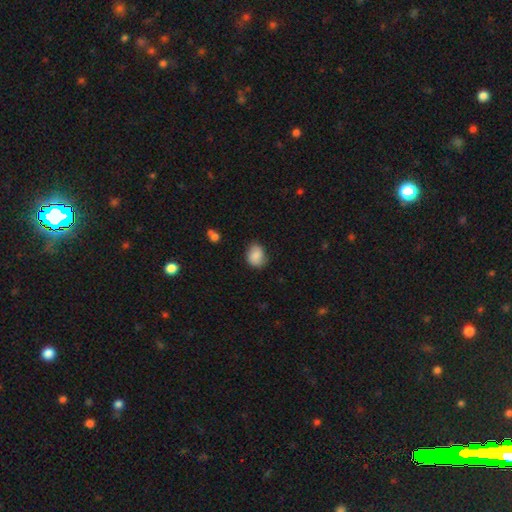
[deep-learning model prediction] Q: Smooth or featured?
A: smooth (82%); runner-up: featured or disk (10%)
Q: How rounded?
A: in between (51%); runner-up: round (48%)
Q: Merging?
A: none (72%); runner-up: minor disturbance (22%)